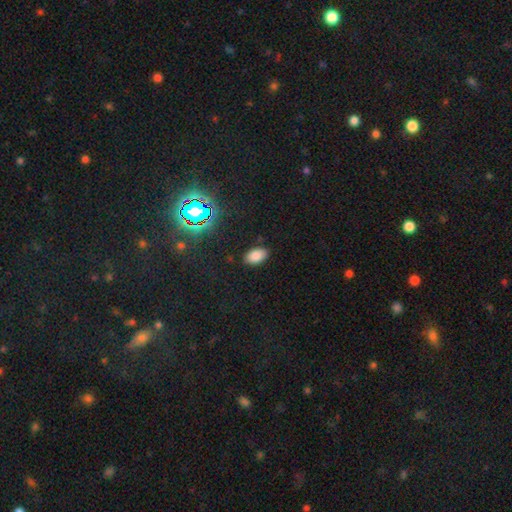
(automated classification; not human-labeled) This appears to be a smooth galaxy with no disk features (81%) that is in between round and cigar-shaped (93%). Merging: none (86%).